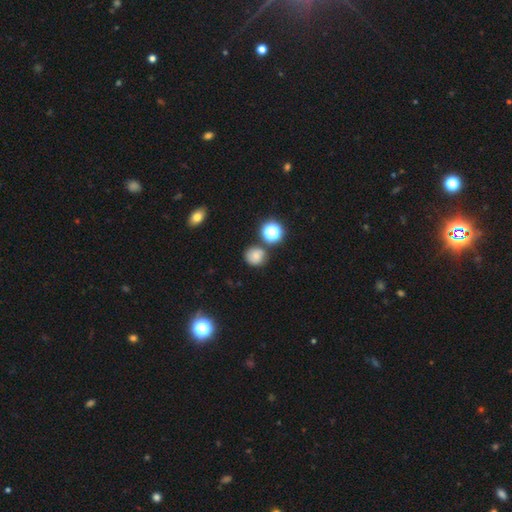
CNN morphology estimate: Smooth or featured? smooth (67%)
How rounded? round (84%)
Merging? none (74%)